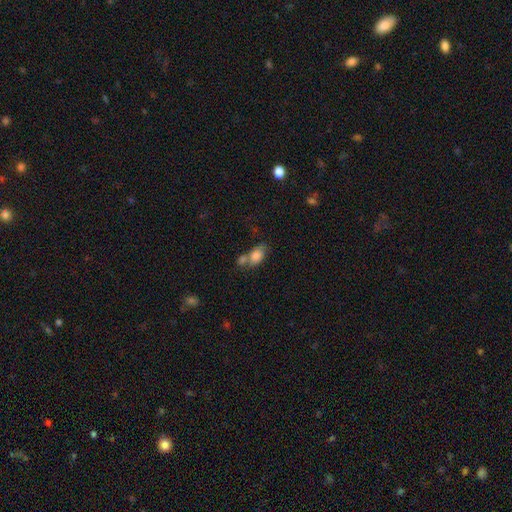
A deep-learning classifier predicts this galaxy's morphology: type=smooth (81%); roundness=in between (86%); merging=merger (43%).